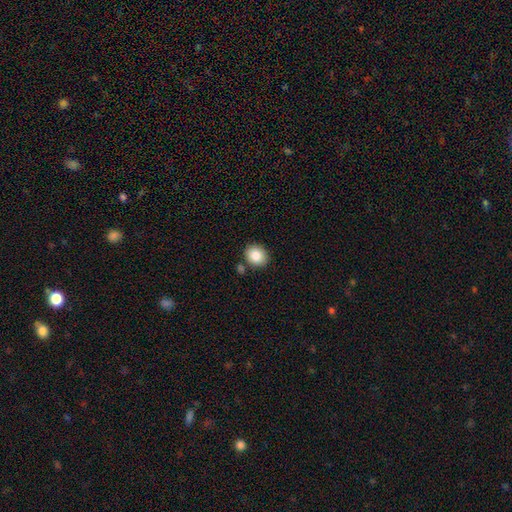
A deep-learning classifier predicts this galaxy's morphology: smooth_or_featured: smooth (p=0.86) [alt: star or artifact p=0.08]
how_rounded: round (p=0.68) [alt: in between p=0.31]
merging: none (p=0.82) [alt: minor disturbance p=0.09]